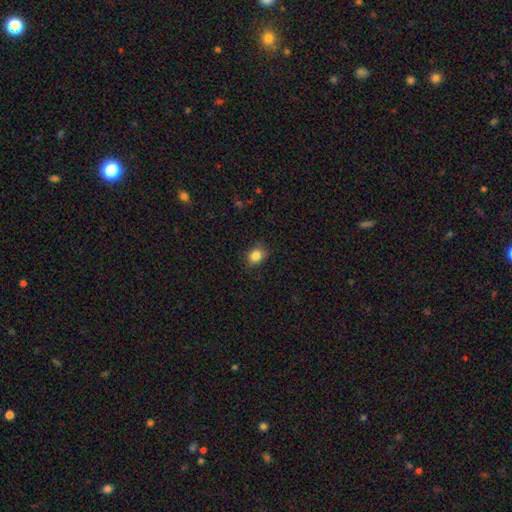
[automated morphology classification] smooth_or_featured: smooth (p=0.85) [alt: star or artifact p=0.10]
how_rounded: round (p=0.50) [alt: in between p=0.49]
merging: none (p=0.83) [alt: minor disturbance p=0.13]